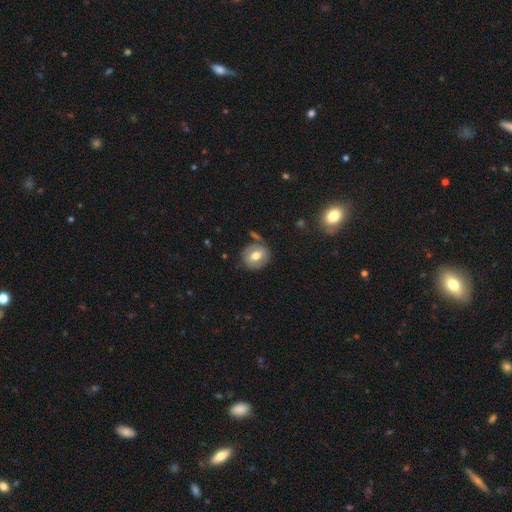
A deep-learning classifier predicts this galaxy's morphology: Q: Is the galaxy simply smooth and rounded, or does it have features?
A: smooth — 56%.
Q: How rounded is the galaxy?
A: round — 69%.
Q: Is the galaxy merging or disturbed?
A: none — 75%.